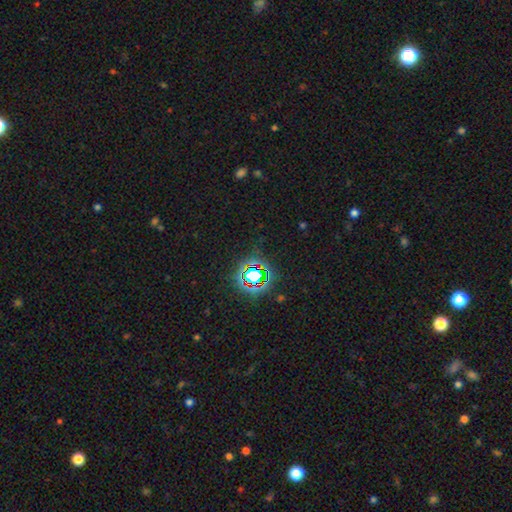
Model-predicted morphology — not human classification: Smooth or featured?
  - star or artifact: 79% *
  - smooth: 13%
  - featured or disk: 9%